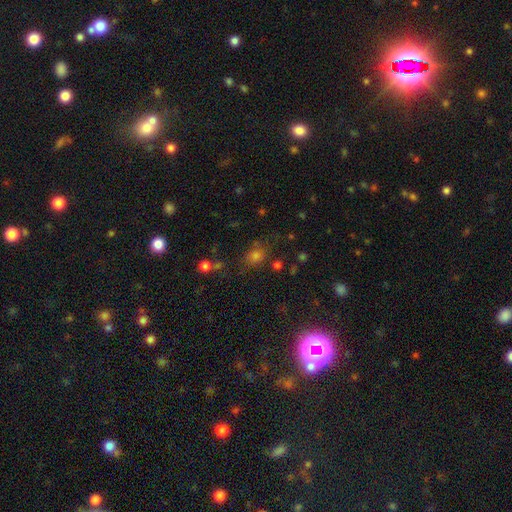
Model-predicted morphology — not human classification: A smooth galaxy with no disk features (62%) that is round (52%). Merging: none (73%).